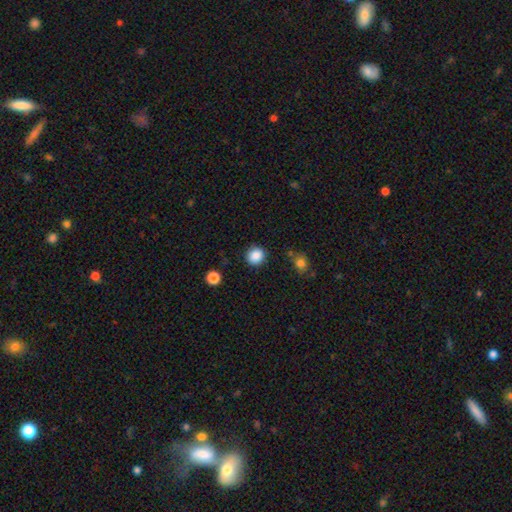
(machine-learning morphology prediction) This is clearly a smooth galaxy (87%). How rounded: clearly round (88%). Merging: clearly none (87%).